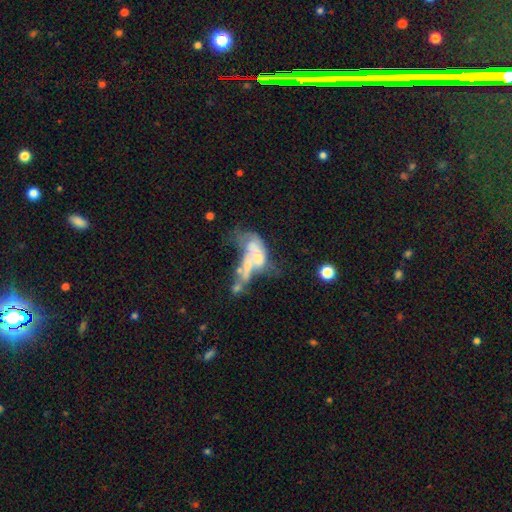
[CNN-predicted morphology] A featured or disk galaxy (56%) with no bar (84%), no spiral arms (84%) and a moderate central bulge (34%).

Vote fractions:
- Smooth or featured? featured or disk: 56% / smooth: 33% / star or artifact: 11%
- Edge-on disk? no: 94% / yes: 6%
- Bar? no: 84% / weak: 12% / strong: 5%
- Spiral arms? no: 84% / yes: 16%
- Bulge size? moderate: 34% / none: 31% / small: 24% / large: 9% / dominant: 2%
- Merging? merger: 57% / major disturbance: 24% / none: 10% / minor disturbance: 8%